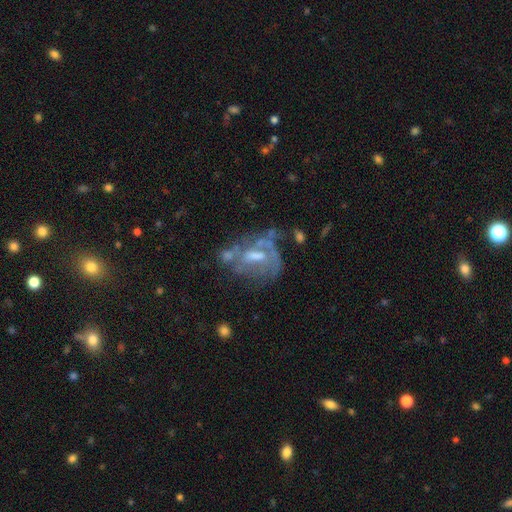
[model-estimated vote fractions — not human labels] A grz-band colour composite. It shows a featured or disk galaxy (68%) with a weak bar (43%), spiral arms (51%) and a moderate central bulge (48%). Merging: none (37%).